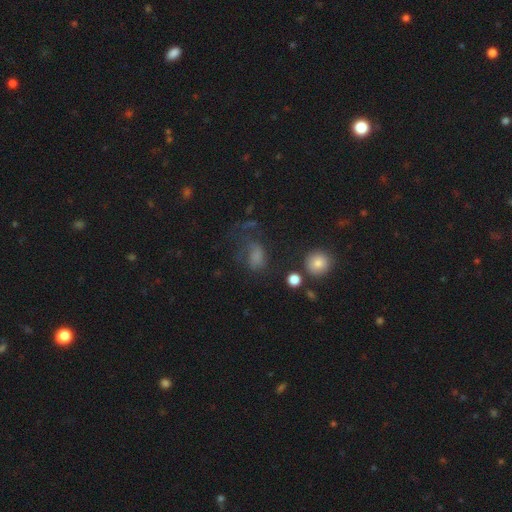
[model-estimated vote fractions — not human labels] A smooth galaxy with no disk features (58%) that is in between round and cigar-shaped (60%).

Vote fractions:
- Smooth or featured? smooth: 58% / featured or disk: 24% / star or artifact: 19%
- How rounded? in between: 60% / round: 38% / cigar-shaped: 2%
- Merging? major disturbance: 39% / none: 35% / minor disturbance: 20% / merger: 6%